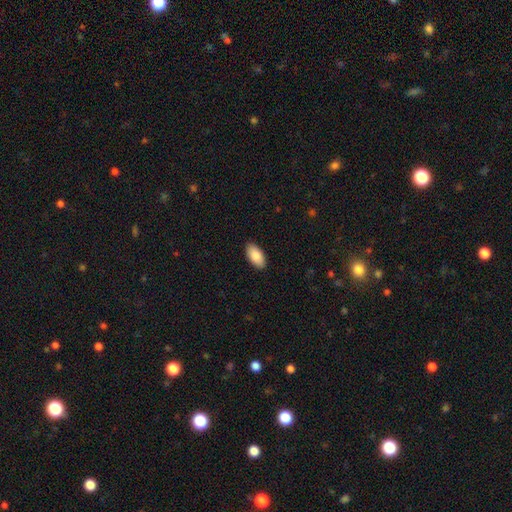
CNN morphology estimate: Q: Smooth or featured?
A: smooth (89%); runner-up: star or artifact (6%)
Q: How rounded?
A: in between (94%); runner-up: cigar-shaped (4%)
Q: Merging?
A: none (89%); runner-up: minor disturbance (8%)